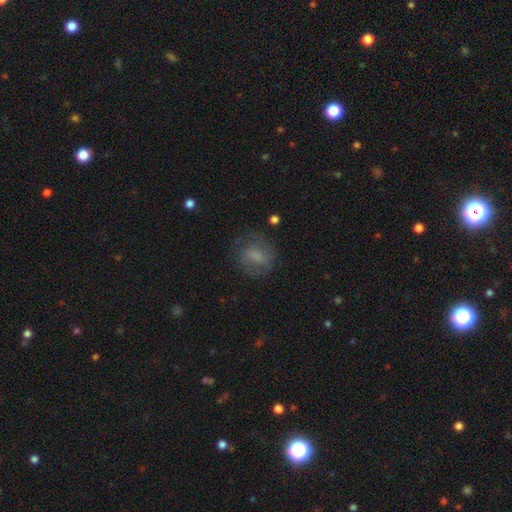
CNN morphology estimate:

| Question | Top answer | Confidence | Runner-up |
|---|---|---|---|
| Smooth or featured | smooth | 58% | featured or disk (31%) |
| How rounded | round | 54% | in between (43%) |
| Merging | none | 66% | minor disturbance (19%) |